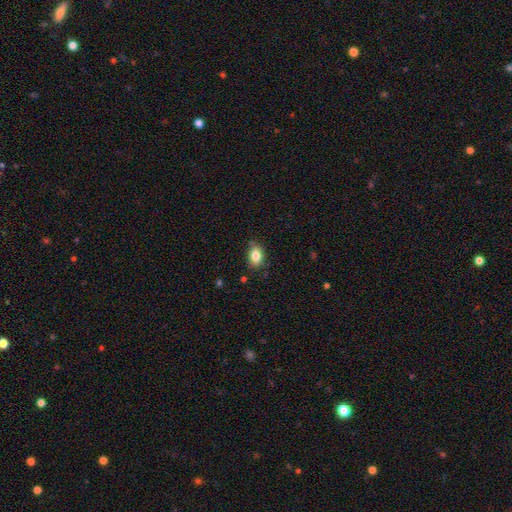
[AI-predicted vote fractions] smooth_or_featured: smooth (p=0.83) [alt: star or artifact p=0.09]
how_rounded: in between (p=0.79) [alt: round p=0.20]
merging: none (p=0.79) [alt: minor disturbance p=0.16]